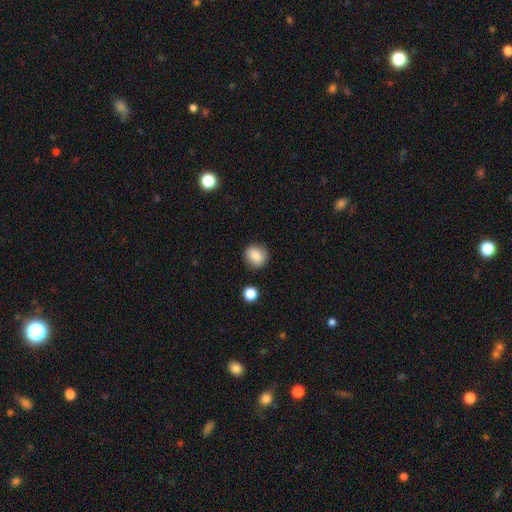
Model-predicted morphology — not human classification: Smooth or featured: smooth — 83% (star or artifact — 9%)
How rounded: round — 84% (in between — 15%)
Merging: none — 87% (minor disturbance — 9%)